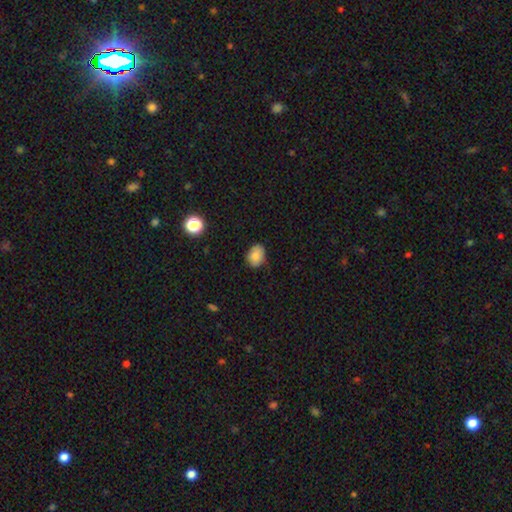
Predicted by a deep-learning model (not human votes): Overall: smooth (84%). How rounded: in between (67%; round 32%). Merging: none (80%).